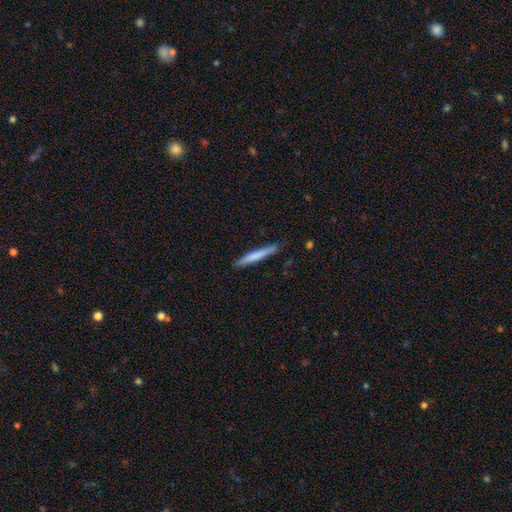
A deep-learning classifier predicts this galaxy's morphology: Overall: smooth (73%). How rounded: cigar-shaped (96%). Merging: none (86%).